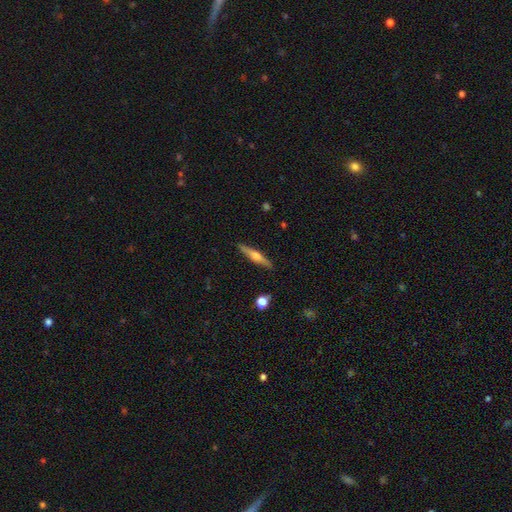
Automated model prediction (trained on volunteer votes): featured or disk 63%, smooth 31%, star or artifact 6%. Down the decision tree: edge-on disk — yes (97%); edge-on bulge — rounded (85%); merging — none (89%).